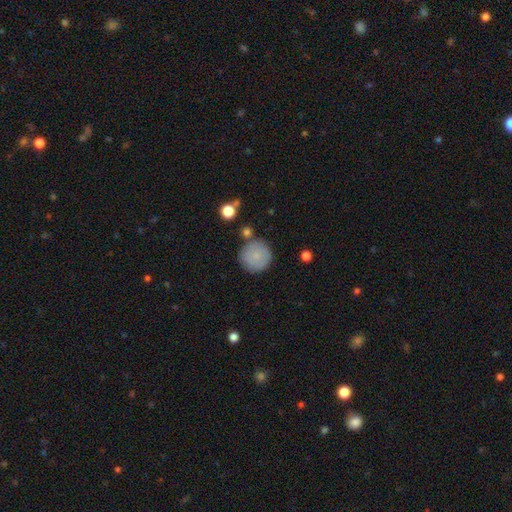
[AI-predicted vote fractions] Q: Smooth or featured?
A: smooth (80%); runner-up: featured or disk (12%)
Q: How rounded?
A: round (95%); runner-up: in between (4%)
Q: Merging?
A: none (82%); runner-up: minor disturbance (11%)